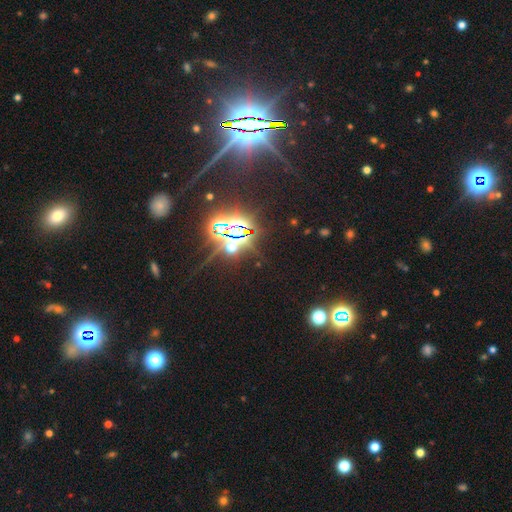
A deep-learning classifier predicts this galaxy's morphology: star or artifact 85%, smooth 8%, featured or disk 7%.